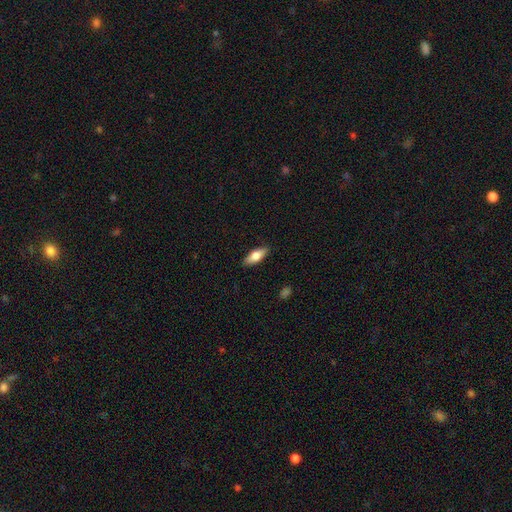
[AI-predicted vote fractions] Morphology: type=smooth (72%); roundness=in between (72%); merging=none (88%).